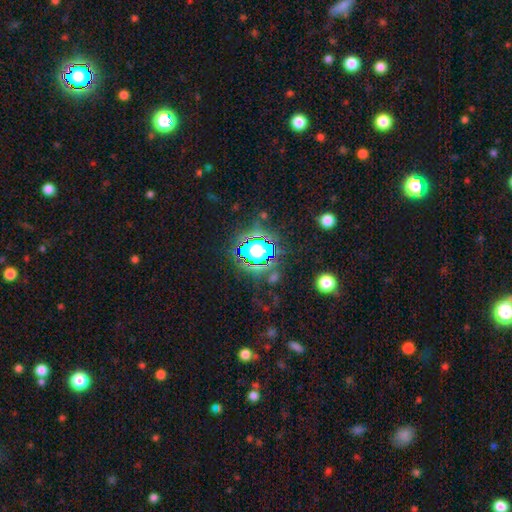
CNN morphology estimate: Smooth or featured? star or artifact (71%)